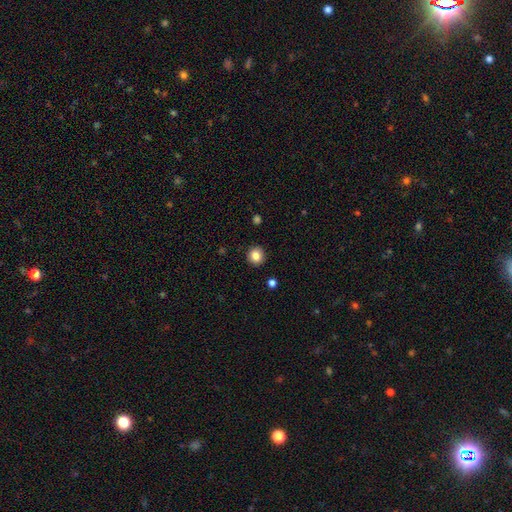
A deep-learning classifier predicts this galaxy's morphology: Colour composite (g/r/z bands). It shows a smooth galaxy with no disk features (84%) that is round (90%). Merging: none (92%).